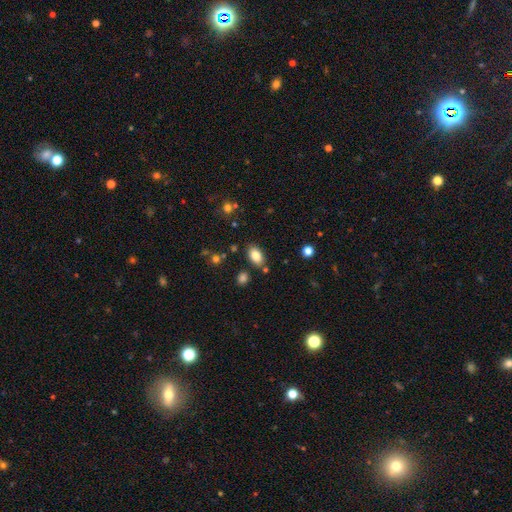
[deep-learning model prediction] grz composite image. It shows a smooth galaxy with no disk features (83%) that is in between round and cigar-shaped (91%). Merging: none (81%).